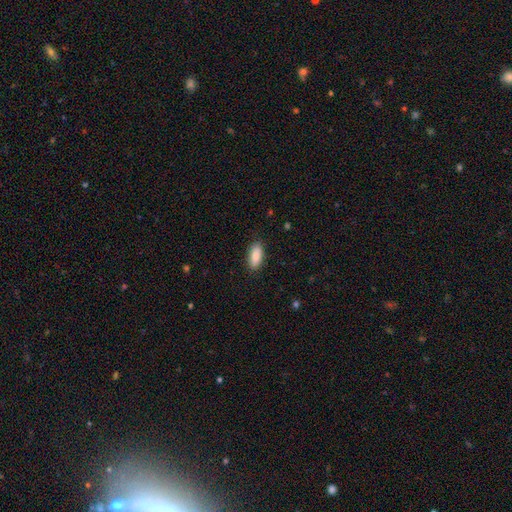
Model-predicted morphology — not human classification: A smooth galaxy with no disk features (88%) that is in between round and cigar-shaped (84%).

Vote fractions:
- Smooth or featured? smooth: 88% / featured or disk: 6% / star or artifact: 6%
- How rounded? in between: 84% / cigar-shaped: 14% / round: 2%
- Merging? none: 87% / minor disturbance: 10% / major disturbance: 2% / merger: 1%